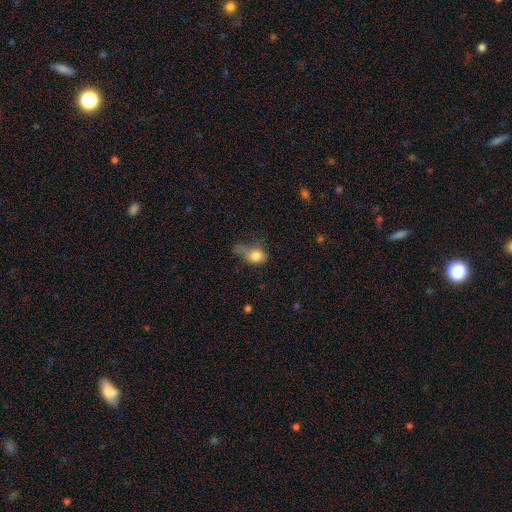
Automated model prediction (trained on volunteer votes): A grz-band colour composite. It shows a smooth galaxy with no disk features (77%) that is in between round and cigar-shaped (49%, tied with round). Merging: major disturbance (34%).